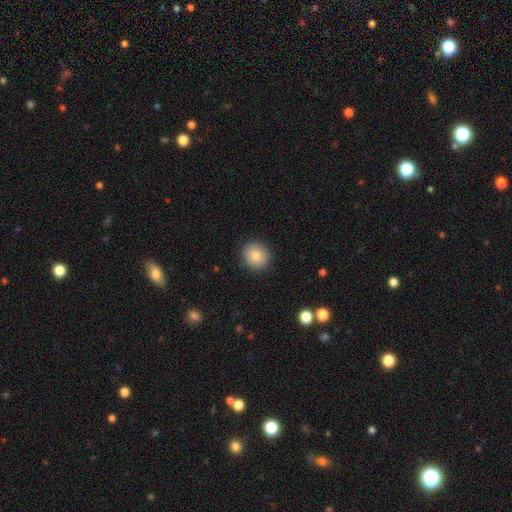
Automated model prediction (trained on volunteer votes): The model was most divided on "smooth or featured": smooth: 83%, star or artifact: 9%, featured or disk: 8%. More confident: merging — none (90%); how rounded — round (88%).